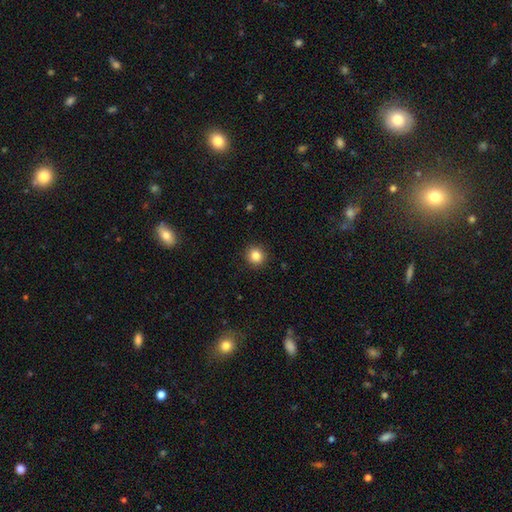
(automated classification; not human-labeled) This is clearly a smooth galaxy (84%). How rounded: clearly round (90%). Merging: clearly none (92%).